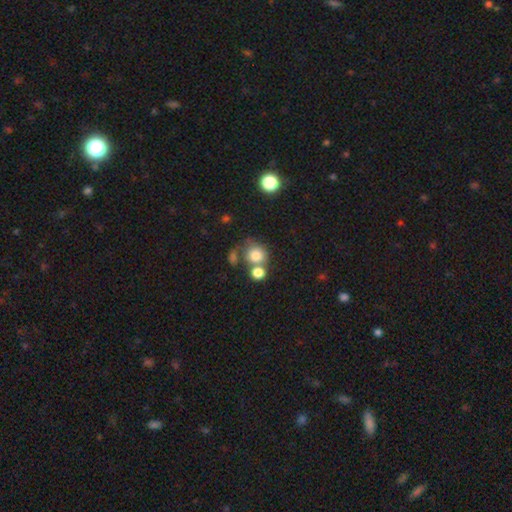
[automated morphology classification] Smooth or featured? smooth (78%)
How rounded? round (81%)
Merging? none (46%)